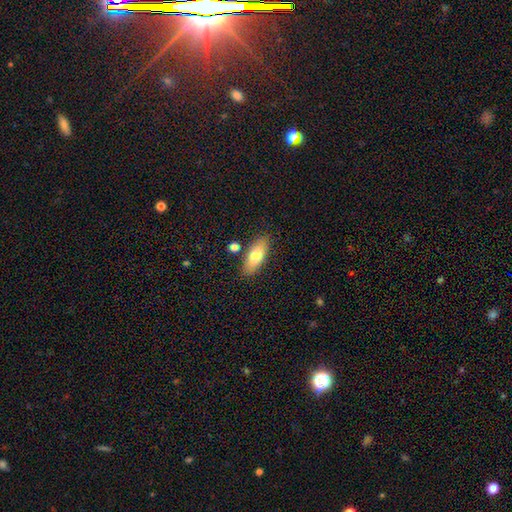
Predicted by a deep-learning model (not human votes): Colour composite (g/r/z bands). It shows a smooth galaxy with no disk features (74%) that is in between round and cigar-shaped (78%). Merging: none (81%).